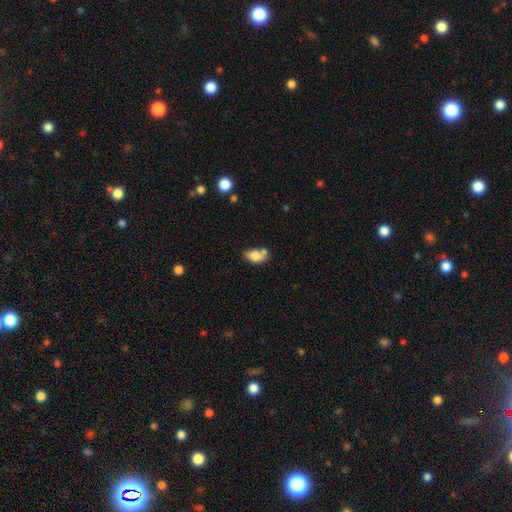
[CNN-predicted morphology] Smooth or featured?
  - smooth: 78% *
  - featured or disk: 13%
  - star or artifact: 9%
How rounded?
  - in between: 86% *
  - round: 12%
  - cigar-shaped: 2%
Merging?
  - none: 40% *
  - merger: 33%
  - minor disturbance: 20%
  - major disturbance: 7%